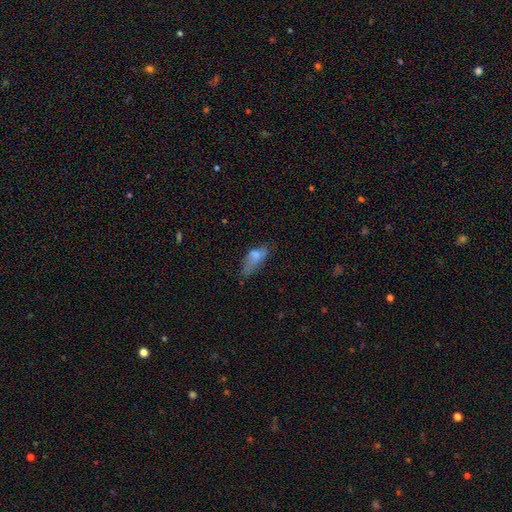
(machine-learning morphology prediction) Overall: smooth (68%). How rounded: in between (78%). Merging: none (39%; minor disturbance 31%).